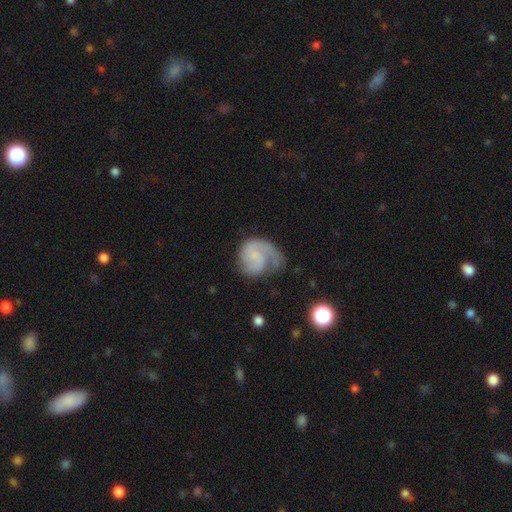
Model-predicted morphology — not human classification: Smooth or featured?
  - featured or disk: 65% *
  - smooth: 28%
  - star or artifact: 7%
Edge-on disk?
  - no: 98% *
  - yes: 2%
Bar?
  - no: 61% *
  - weak: 33%
  - strong: 6%
Spiral arms?
  - yes: 90% *
  - no: 10%
Spiral winding?
  - medium: 40% *
  - loose: 30%
  - tight: 30%
Spiral arm count?
  - 1: 56% *
  - 2: 32%
  - can't tell: 7%
  - 3: 2%
  - 4: 1%
  - more than 4: 1%
Bulge size?
  - none: 50% *
  - small: 35%
  - moderate: 11%
  - large: 3%
  - dominant: 2%
Merging?
  - none: 41% *
  - major disturbance: 31%
  - minor disturbance: 25%
  - merger: 3%